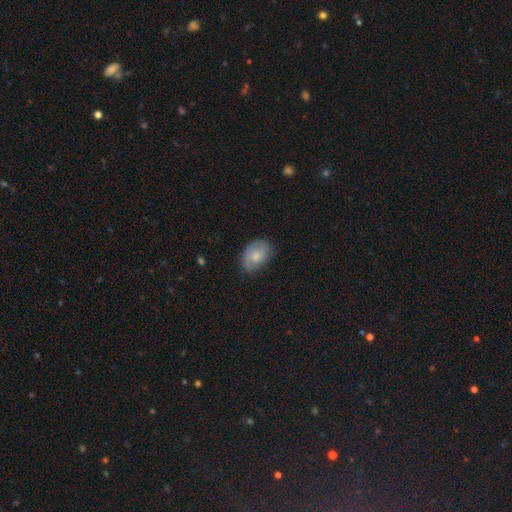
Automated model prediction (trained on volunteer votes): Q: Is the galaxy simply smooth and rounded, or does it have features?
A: smooth — 56%.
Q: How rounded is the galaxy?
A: in between — 77%.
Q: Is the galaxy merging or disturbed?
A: none — 69%.